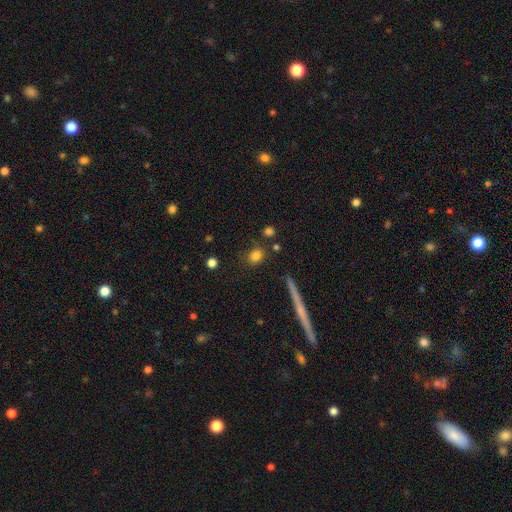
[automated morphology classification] smooth 81%, star or artifact 11%, featured or disk 8%. Down the decision tree: how rounded — round (64%); merging — none (80%).